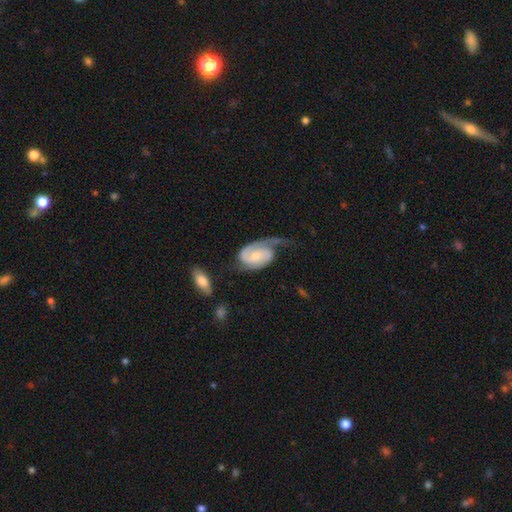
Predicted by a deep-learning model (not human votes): The model was most divided on "merging": major disturbance: 40%, none: 32%, minor disturbance: 23%, merger: 5%. Remaining: edge-on disk — no (97%); spiral arms — yes (95%); smooth or featured — featured or disk (78%); spiral arm count — 2 (57%); bar — no (52%); bulge size — small (51%); spiral winding — medium (40%).